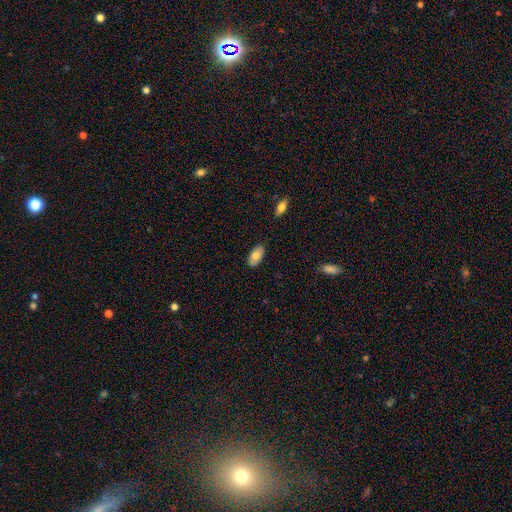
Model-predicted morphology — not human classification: type=smooth (76%); roundness=in between (95%); merging=none (85%).